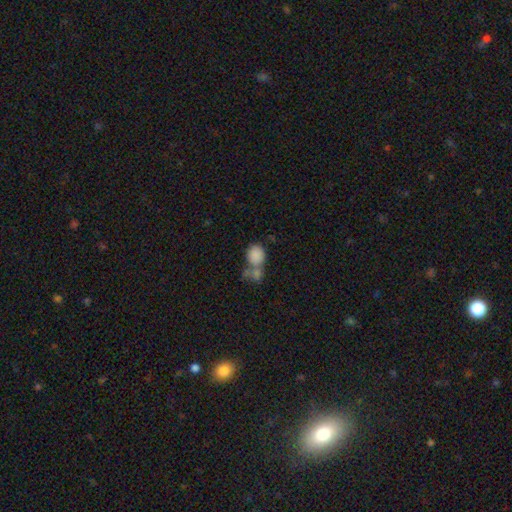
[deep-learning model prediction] Smooth or featured? smooth (84%)
How rounded? round (58%)
Merging? merger (55%)